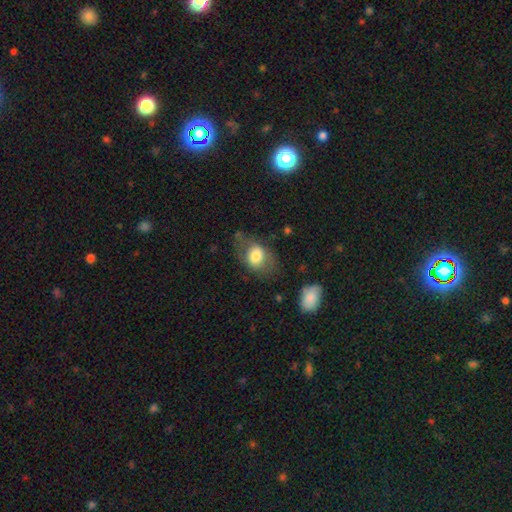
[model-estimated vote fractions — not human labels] Overall: smooth (73%). How rounded: in between (70%). Merging: none (51%; minor disturbance 26%).